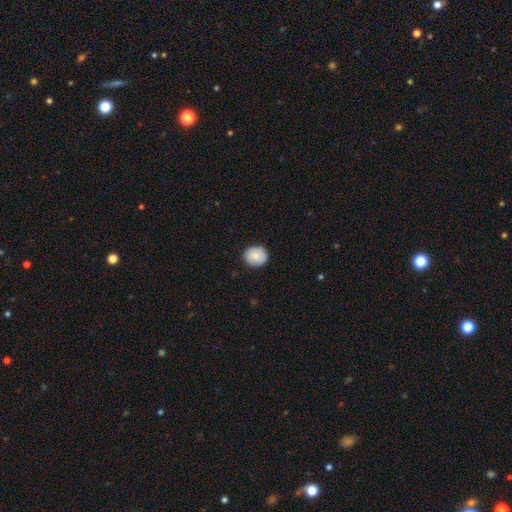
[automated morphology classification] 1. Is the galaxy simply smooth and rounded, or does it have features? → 86% smooth, 7% star or artifact, 7% featured or disk.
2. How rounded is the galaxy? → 81% round, 18% in between, 1% cigar-shaped.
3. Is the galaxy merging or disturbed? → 90% none, 8% minor disturbance, 2% major disturbance, 1% merger.